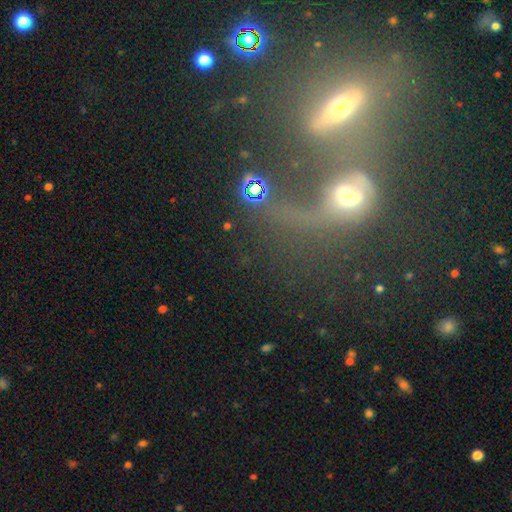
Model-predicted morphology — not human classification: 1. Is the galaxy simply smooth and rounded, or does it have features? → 37% featured or disk, 34% smooth, 29% star or artifact.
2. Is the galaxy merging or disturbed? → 53% merger, 24% none, 14% major disturbance, 9% minor disturbance.